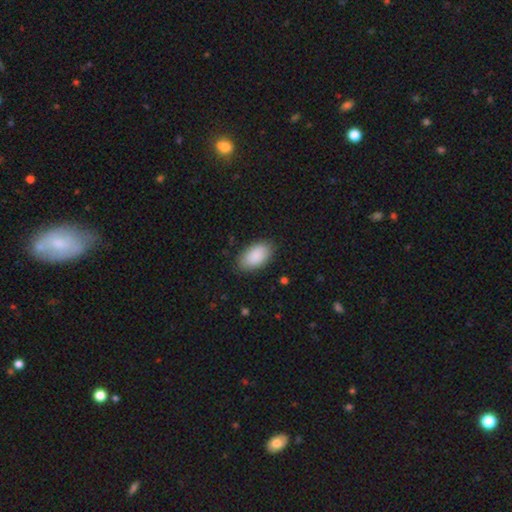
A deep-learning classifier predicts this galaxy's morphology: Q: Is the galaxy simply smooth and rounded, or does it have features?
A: smooth — 90%.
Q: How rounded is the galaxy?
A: in between — 95%.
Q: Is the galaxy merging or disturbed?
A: none — 85%.